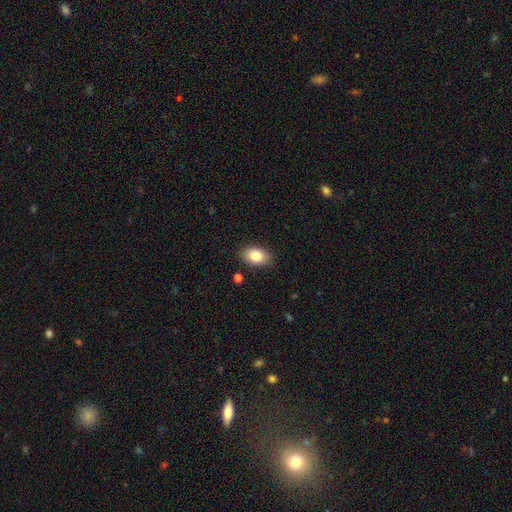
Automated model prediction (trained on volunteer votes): Q: Smooth or featured?
A: smooth (83%); runner-up: featured or disk (9%)
Q: How rounded?
A: in between (86%); runner-up: round (12%)
Q: Merging?
A: none (85%); runner-up: minor disturbance (10%)